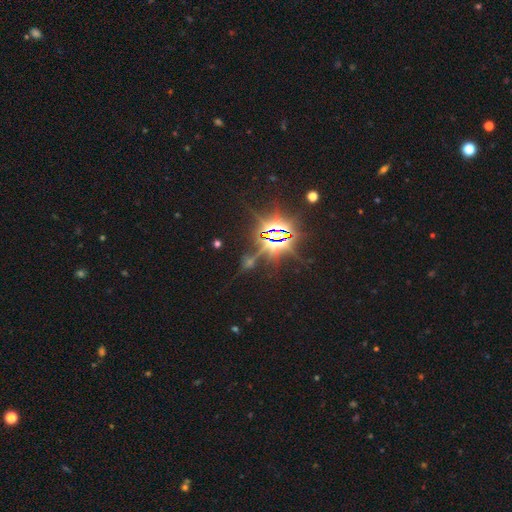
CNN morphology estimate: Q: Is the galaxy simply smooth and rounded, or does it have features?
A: star or artifact — 86%.